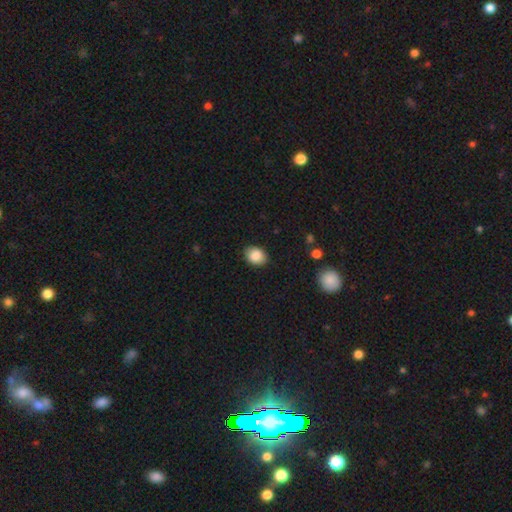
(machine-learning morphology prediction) smooth-or-featured: smooth: 87% | star or artifact: 8% | featured or disk: 5%
  how-rounded: in between: 68% | round: 31% | cigar-shaped: 1%
  merging: none: 87% | minor disturbance: 10% | major disturbance: 2% | merger: 1%